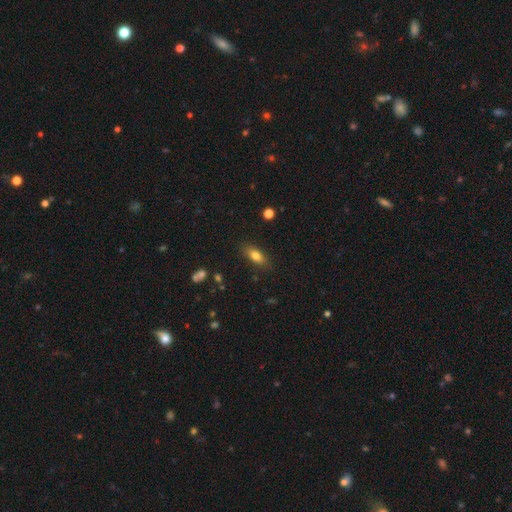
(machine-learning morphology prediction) Smooth or featured? smooth (79%)
How rounded? in between (78%)
Merging? none (83%)